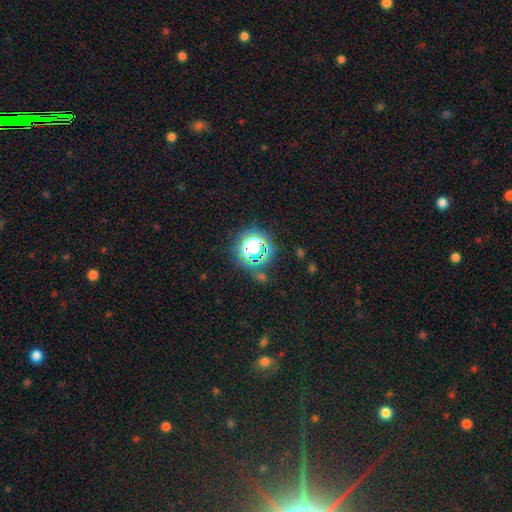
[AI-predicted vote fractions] The model was most divided on "smooth or featured": star or artifact: 73%, smooth: 19%, featured or disk: 8%.